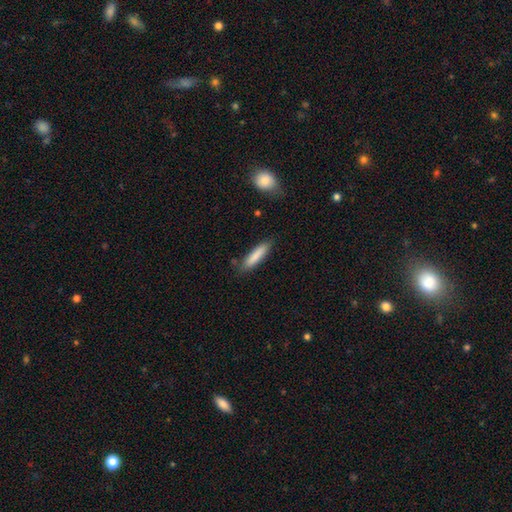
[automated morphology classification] Smooth or featured? smooth (84%)
How rounded? cigar-shaped (78%)
Merging? none (82%)